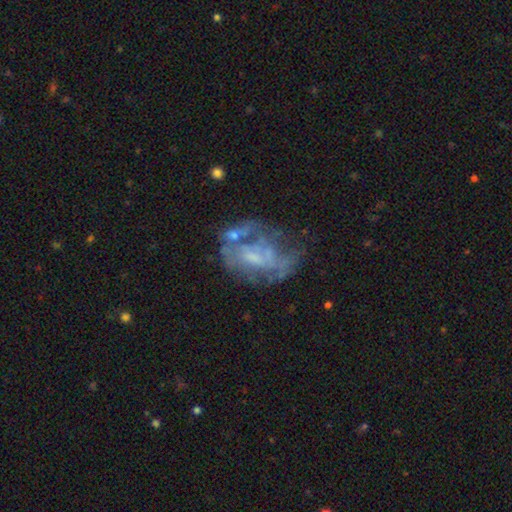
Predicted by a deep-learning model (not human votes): Smooth or featured: featured or disk — 68% (smooth — 21%)
Edge-on disk: no — 97% (yes — 3%)
Bar: no — 64% (weak — 29%)
Spiral arms: no — 61% (yes — 39%)
Bulge size: small — 35% (none — 34%)
Merging: none — 38% (major disturbance — 29%)